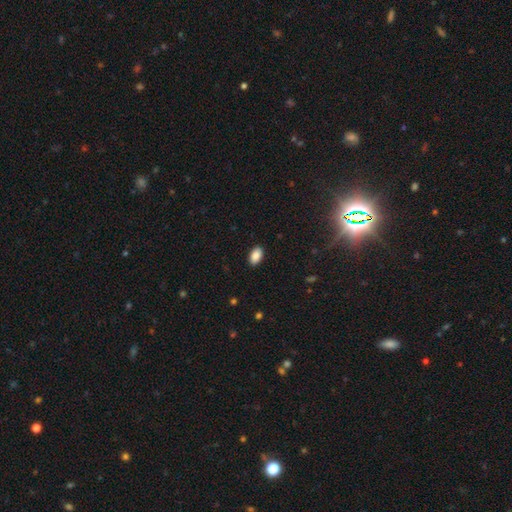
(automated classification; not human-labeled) Q: Smooth or featured?
A: smooth (88%); runner-up: star or artifact (8%)
Q: How rounded?
A: in between (94%); runner-up: round (4%)
Q: Merging?
A: none (89%); runner-up: minor disturbance (8%)